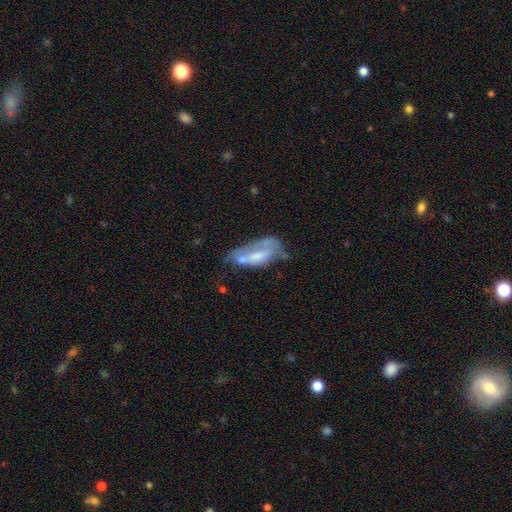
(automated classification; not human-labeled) Overall: featured or disk (50%; smooth 42%). Merging: major disturbance (29%; none 28%).